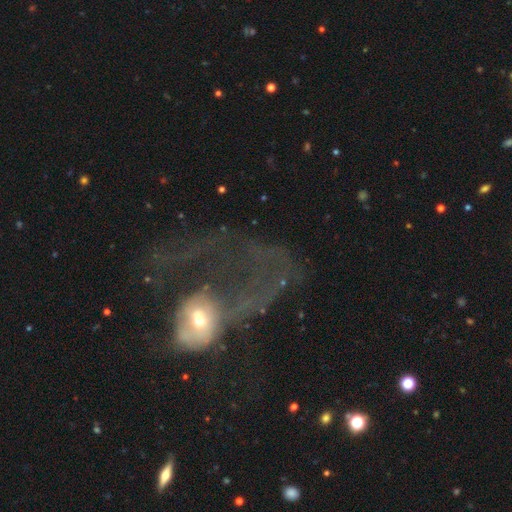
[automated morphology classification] Overall: featured or disk (49%; smooth 34%). Merging: major disturbance (66%).